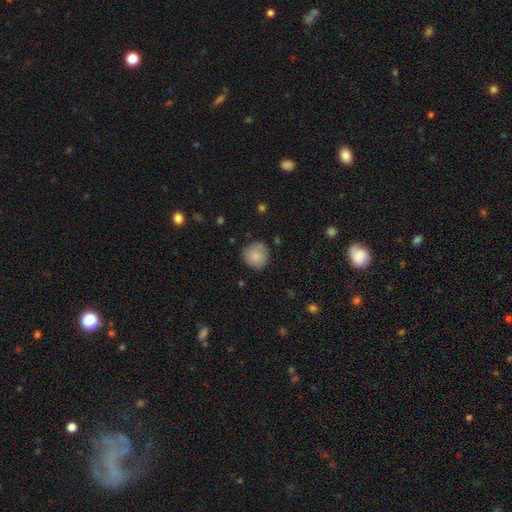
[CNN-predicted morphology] A smooth galaxy with no disk features (83%) that is round (94%). Merging: none (83%).